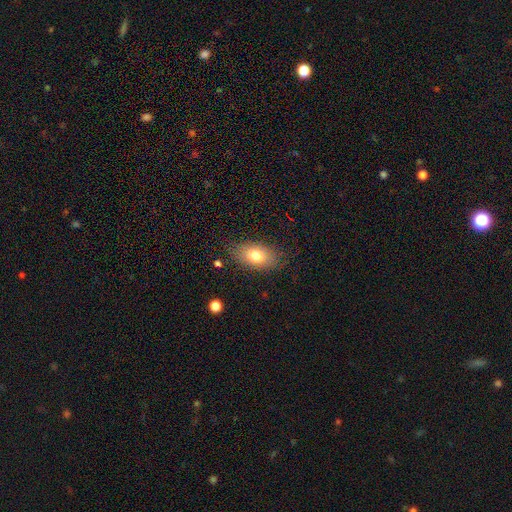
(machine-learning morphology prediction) Overall: smooth (77%). How rounded: in between (90%). Merging: none (81%).